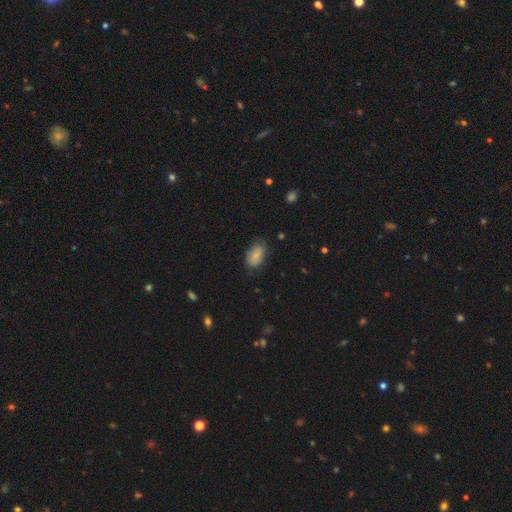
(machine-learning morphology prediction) smooth-or-featured: smooth: 84% | featured or disk: 8% | star or artifact: 7%
  how-rounded: in between: 91% | round: 7% | cigar-shaped: 2%
  merging: none: 72% | minor disturbance: 22% | major disturbance: 5% | merger: 1%